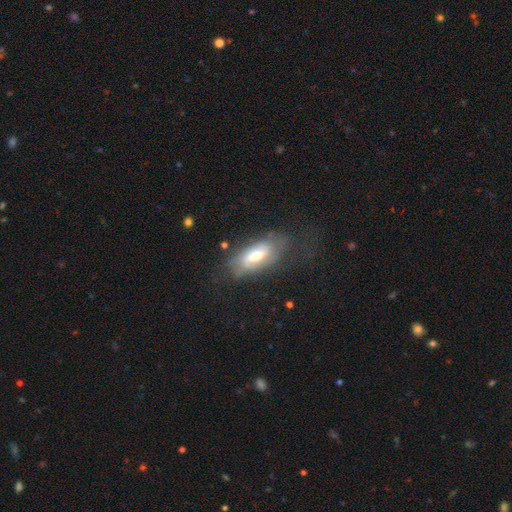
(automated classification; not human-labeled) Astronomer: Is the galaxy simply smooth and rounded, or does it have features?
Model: featured or disk — 51% (runner-up: smooth, 41%).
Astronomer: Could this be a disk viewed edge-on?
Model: no — 81%.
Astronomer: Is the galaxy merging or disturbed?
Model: none — 59%.